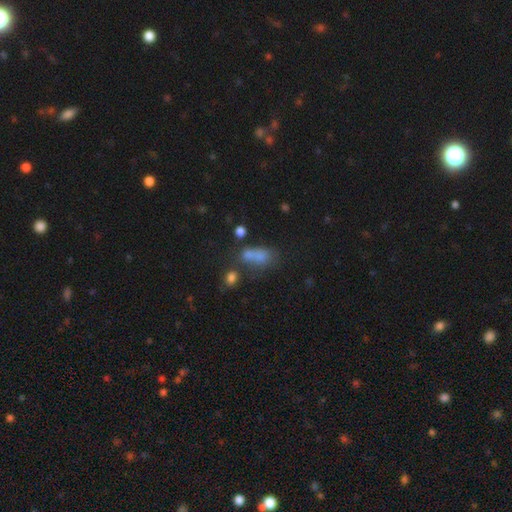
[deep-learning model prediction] Q: Smooth or featured?
A: smooth (68%); runner-up: star or artifact (17%)
Q: How rounded?
A: in between (73%); runner-up: round (19%)
Q: Merging?
A: merger (39%); runner-up: none (32%)